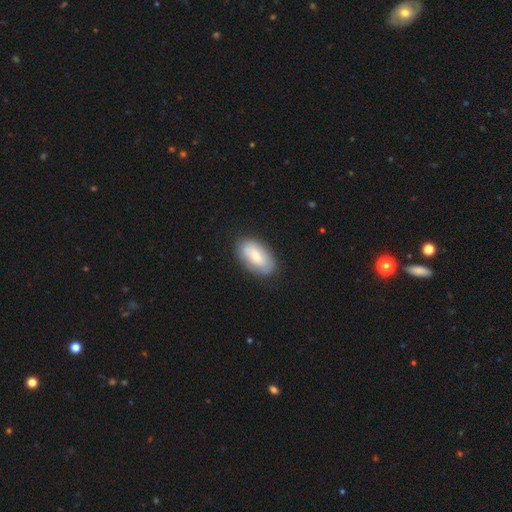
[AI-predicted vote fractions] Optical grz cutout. It shows a smooth galaxy with no disk features (64%) that is in between round and cigar-shaped (94%). Merging: none (80%).